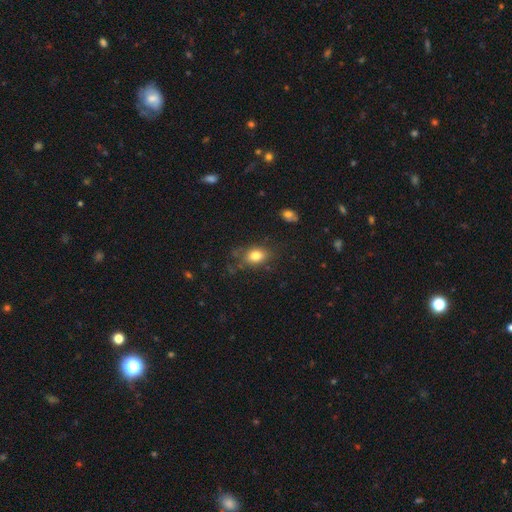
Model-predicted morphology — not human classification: The model was most divided on "how rounded": in between: 69%, round: 29%, cigar-shaped: 2%. More confident: smooth or featured — smooth (80%); merging — none (72%).